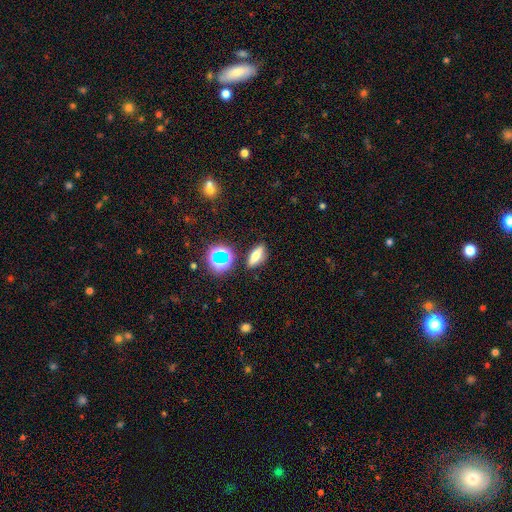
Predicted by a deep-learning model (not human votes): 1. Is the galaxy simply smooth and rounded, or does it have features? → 63% smooth, 19% featured or disk, 18% star or artifact.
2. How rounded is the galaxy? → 58% in between, 32% cigar-shaped, 10% round.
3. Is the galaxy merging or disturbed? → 82% none, 11% minor disturbance, 3% merger, 3% major disturbance.